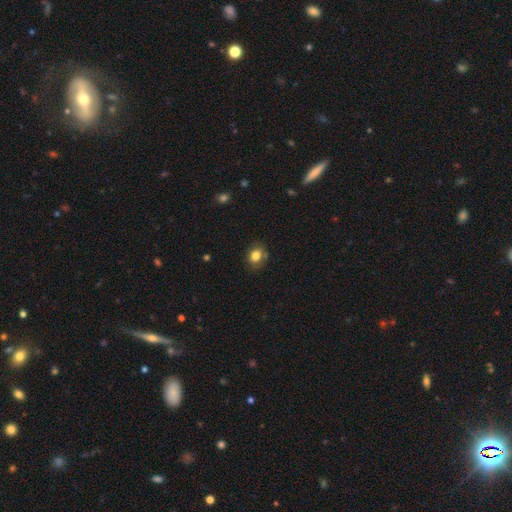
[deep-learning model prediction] Smooth or featured?
  - smooth: 81% *
  - star or artifact: 10%
  - featured or disk: 8%
How rounded?
  - in between: 51% *
  - round: 48%
  - cigar-shaped: 1%
Merging?
  - none: 76% *
  - minor disturbance: 17%
  - major disturbance: 4%
  - merger: 3%